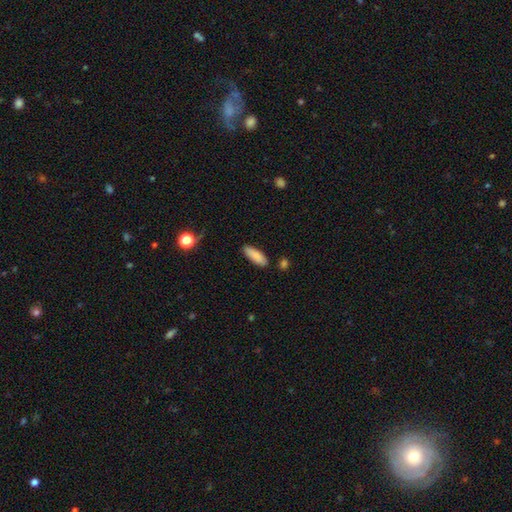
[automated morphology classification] smooth_or_featured: smooth (p=0.87) [alt: featured or disk p=0.07]
how_rounded: in between (p=0.56) [alt: cigar-shaped p=0.42]
merging: none (p=0.83) [alt: minor disturbance p=0.11]